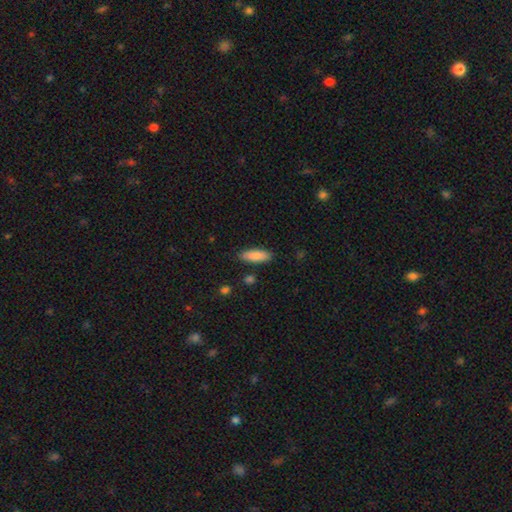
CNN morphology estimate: A smooth galaxy with no disk features (86%) that is in between round and cigar-shaped (57%).

Vote fractions:
- Smooth or featured? smooth: 86% / featured or disk: 8% / star or artifact: 6%
- How rounded? in between: 57% / cigar-shaped: 41% / round: 2%
- Merging? none: 86% / minor disturbance: 9% / major disturbance: 2% / merger: 2%